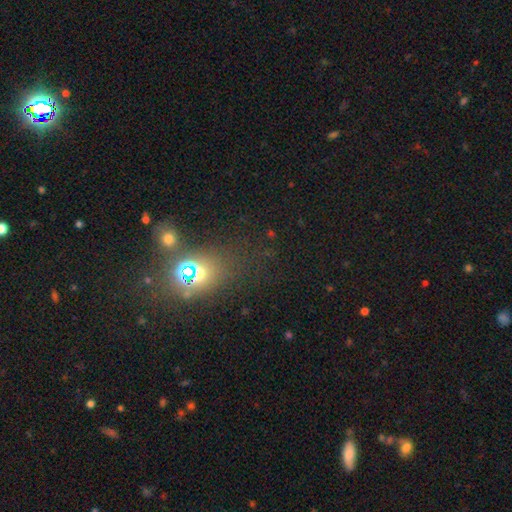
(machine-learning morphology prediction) This appears to be a star or artifact, not a galaxy (45%).